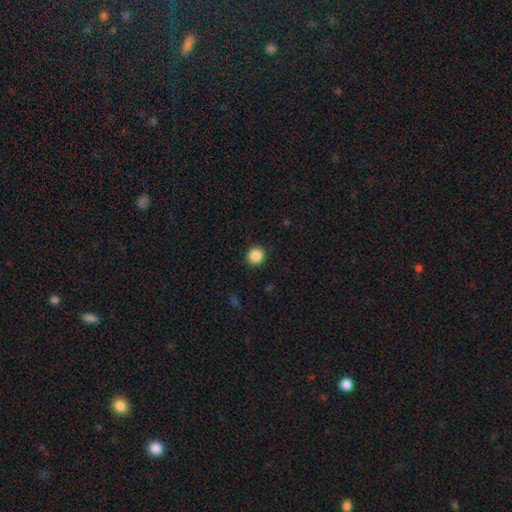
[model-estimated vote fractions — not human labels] Smooth or featured? smooth (87%)
How rounded? round (90%)
Merging? none (91%)